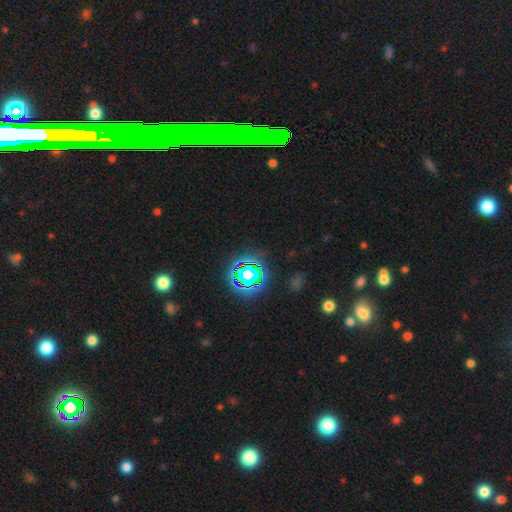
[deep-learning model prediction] smooth_or_featured: star or artifact (p=0.67) [alt: featured or disk p=0.17]